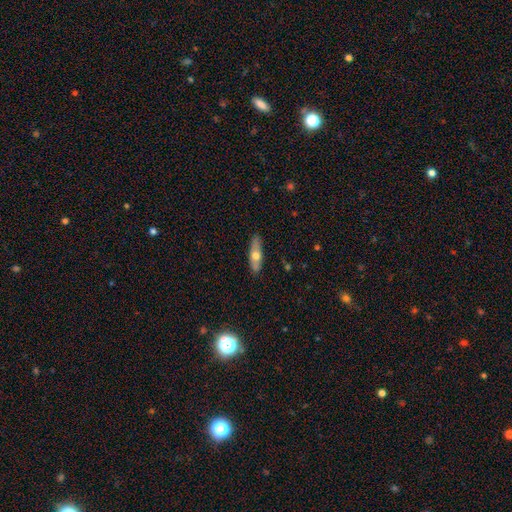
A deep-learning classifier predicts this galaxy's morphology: The model was most divided on "how rounded": in between: 50%, cigar-shaped: 47%, round: 3%. More confident: merging — none (85%); smooth or featured — smooth (56%).